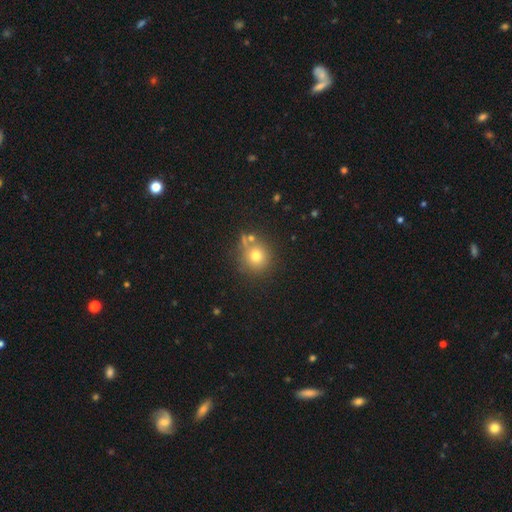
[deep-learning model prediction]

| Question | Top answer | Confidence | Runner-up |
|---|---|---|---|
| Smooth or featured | smooth | 73% | star or artifact (16%) |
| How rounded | round | 88% | in between (11%) |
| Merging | none | 69% | merger (14%) |